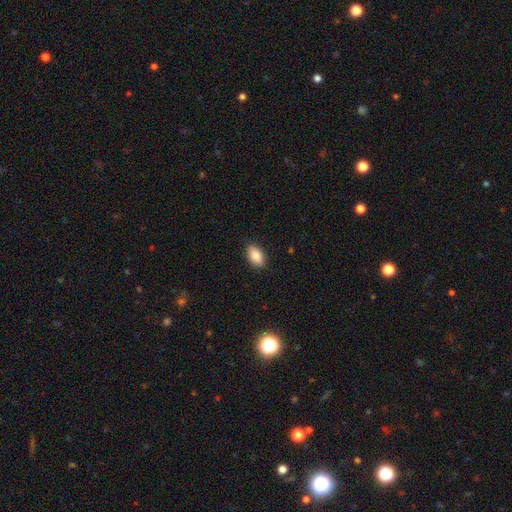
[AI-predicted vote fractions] Smooth or featured? Predicted: smooth (p=0.86). How rounded? Predicted: in between (p=0.92). Merging? Predicted: none (p=0.88).